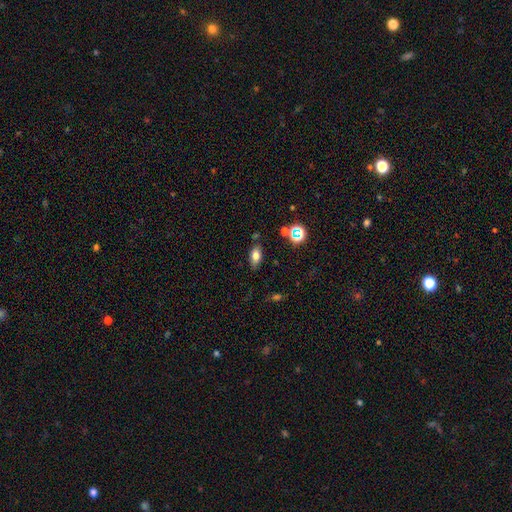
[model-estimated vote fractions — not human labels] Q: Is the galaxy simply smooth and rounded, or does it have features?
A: smooth — 74%.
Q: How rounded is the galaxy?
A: in between — 86%.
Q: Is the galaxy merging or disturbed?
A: none — 79%.